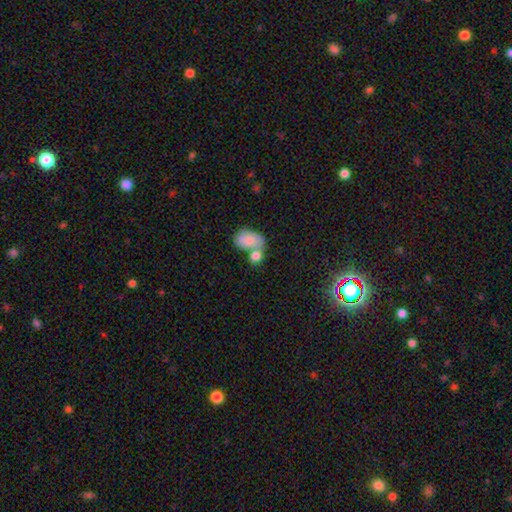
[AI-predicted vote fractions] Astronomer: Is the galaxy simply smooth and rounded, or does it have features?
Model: smooth — 78%.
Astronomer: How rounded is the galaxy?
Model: in between — 67%.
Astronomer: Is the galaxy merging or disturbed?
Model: merger — 51% (runner-up: none, 31%).